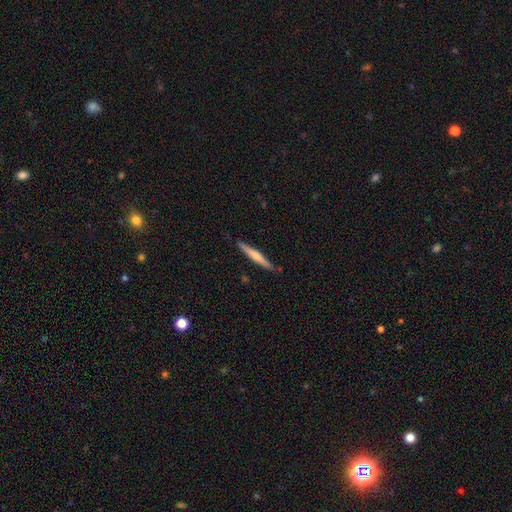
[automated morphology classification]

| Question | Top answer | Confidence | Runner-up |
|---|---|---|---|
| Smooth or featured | smooth | 48% | featured or disk (47%) |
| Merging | none | 87% | minor disturbance (10%) |